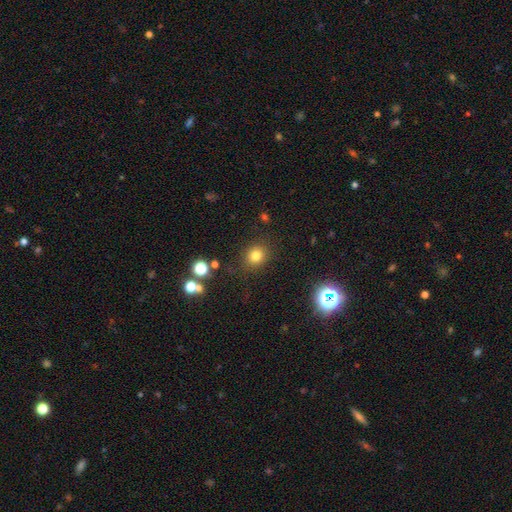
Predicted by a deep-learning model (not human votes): Morphology: type=smooth (79%); roundness=round (77%); merging=none (84%).